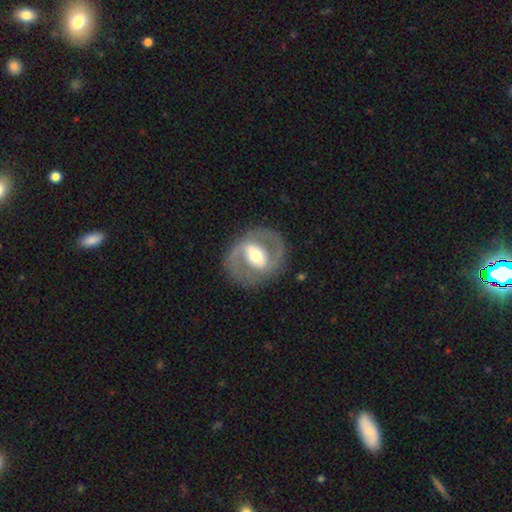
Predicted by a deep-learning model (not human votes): The model was most divided on "bar": strong: 49%, weak: 34%, no: 17%. More confident: edge-on disk — no (96%); spiral arm count — 2 (89%); merging — none (83%); smooth or featured — featured or disk (80%); spiral arms — yes (75%); bulge size — moderate (63%); spiral winding — medium (54%).